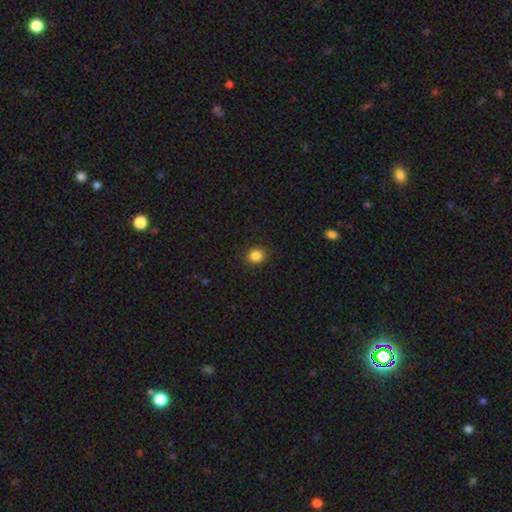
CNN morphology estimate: Smooth or featured: smooth — 86% (star or artifact — 11%)
How rounded: round — 75% (in between — 24%)
Merging: none — 90% (minor disturbance — 7%)